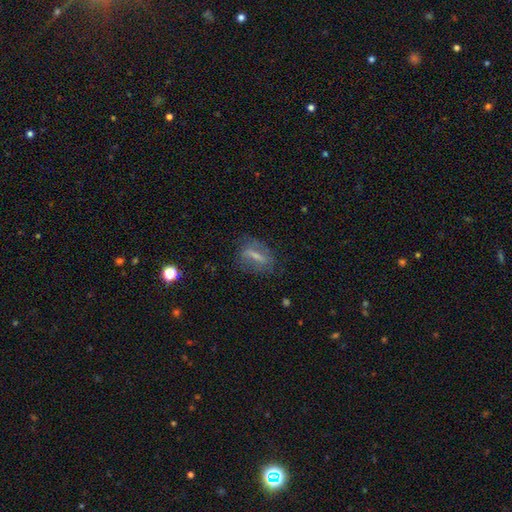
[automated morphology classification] A featured or disk galaxy (46%). Merging: none (70%).